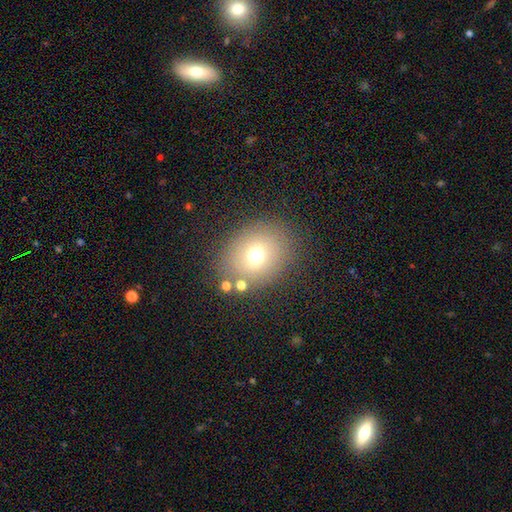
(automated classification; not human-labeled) Overall: smooth (67%). How rounded: round (62%; in between 37%). Merging: none (78%).